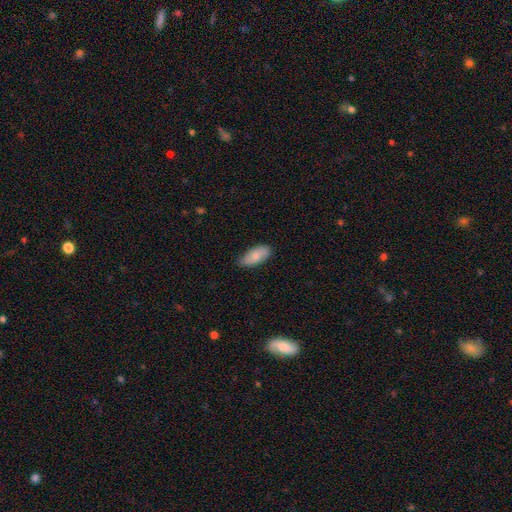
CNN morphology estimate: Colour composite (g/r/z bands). It shows a smooth galaxy with no disk features (81%) that is in between round and cigar-shaped (89%). Merging: none (79%).